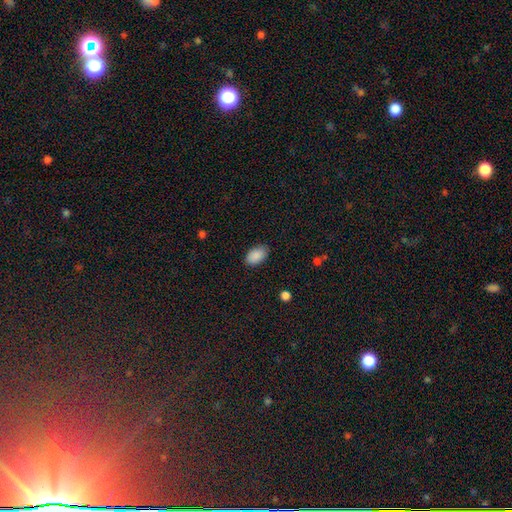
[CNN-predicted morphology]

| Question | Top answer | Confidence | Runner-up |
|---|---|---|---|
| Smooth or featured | smooth | 90% | star or artifact (7%) |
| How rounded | in between | 93% | round (6%) |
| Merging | none | 86% | minor disturbance (10%) |